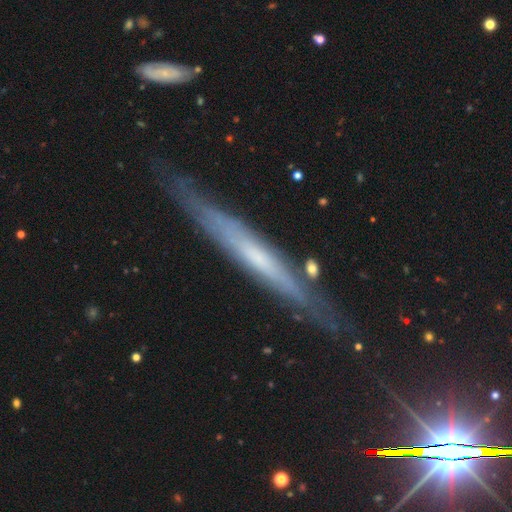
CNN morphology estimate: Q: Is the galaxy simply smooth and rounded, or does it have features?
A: featured or disk — 64%.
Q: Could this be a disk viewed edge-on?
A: yes — 84%.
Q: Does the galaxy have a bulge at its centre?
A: none — 71%.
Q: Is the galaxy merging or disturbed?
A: none — 77%.